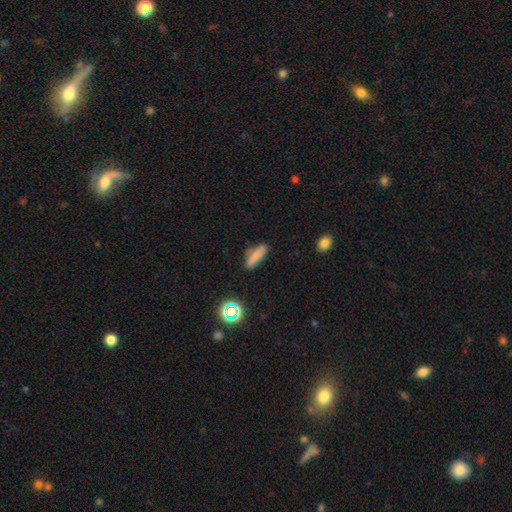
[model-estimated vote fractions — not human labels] smooth-or-featured: smooth: 77% | featured or disk: 12% | star or artifact: 11%
  how-rounded: in between: 56% | cigar-shaped: 41% | round: 3%
  merging: none: 78% | minor disturbance: 16% | major disturbance: 3% | merger: 3%